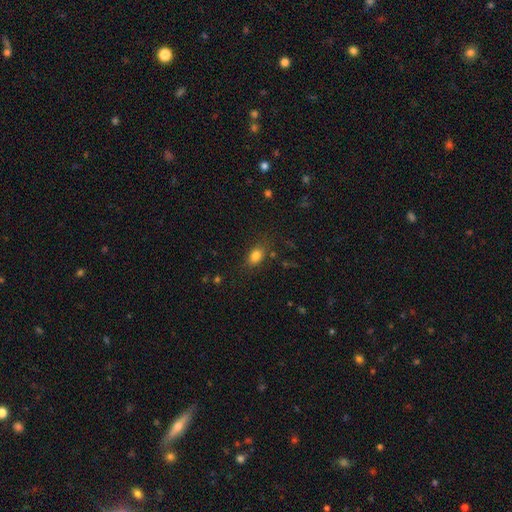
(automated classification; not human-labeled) Smooth or featured: smooth — 83% (star or artifact — 11%)
How rounded: in between — 80% (round — 17%)
Merging: none — 77% (minor disturbance — 15%)